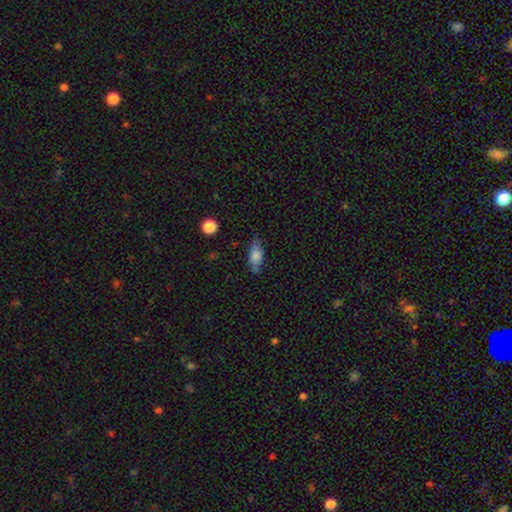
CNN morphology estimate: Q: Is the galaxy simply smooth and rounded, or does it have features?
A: smooth — 74%.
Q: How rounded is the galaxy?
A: in between — 75%.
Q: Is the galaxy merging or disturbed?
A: none — 68%.